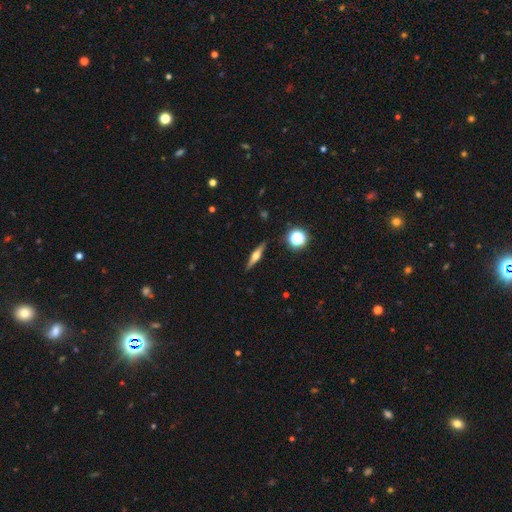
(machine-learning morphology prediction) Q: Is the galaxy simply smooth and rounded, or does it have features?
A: featured or disk — 63%.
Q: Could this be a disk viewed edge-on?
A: yes — 96%.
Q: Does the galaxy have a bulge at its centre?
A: rounded — 91%.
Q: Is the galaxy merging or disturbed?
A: none — 90%.